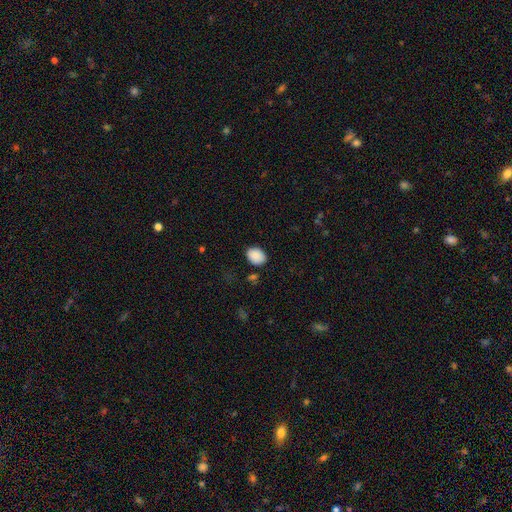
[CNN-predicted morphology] Smooth or featured? smooth (89%)
How rounded? in between (63%)
Merging? none (83%)